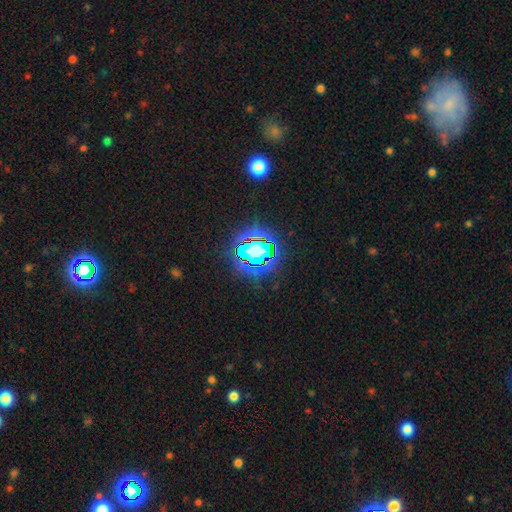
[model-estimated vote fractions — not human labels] Q: Smooth or featured?
A: star or artifact (77%); runner-up: smooth (14%)